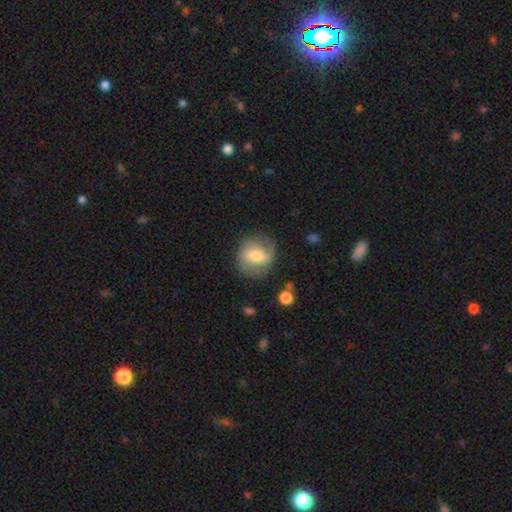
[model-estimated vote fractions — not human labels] This is possibly a featured or disk galaxy (54%). It is clearly not viewed edge-on (97%). Bar: possibly weak (48%). Spiral arm pattern: clearly yes (83%). Central bulge: likely moderate (61%). Merging: likely none (68%).